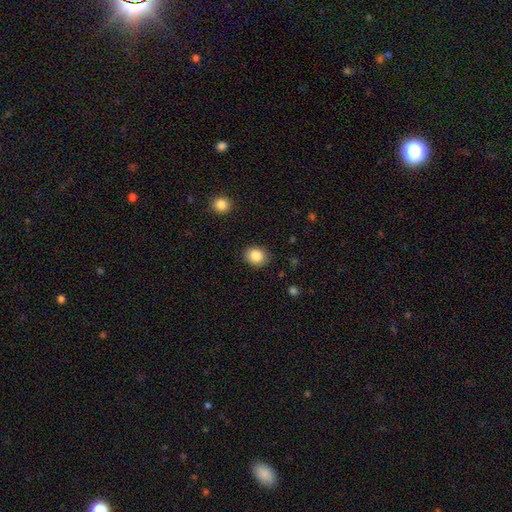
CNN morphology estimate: A smooth galaxy with no disk features (87%) that is round (63%).

Vote fractions:
- Smooth or featured? smooth: 87% / star or artifact: 9% / featured or disk: 4%
- How rounded? round: 63% / in between: 36% / cigar-shaped: 1%
- Merging? none: 88% / minor disturbance: 9% / major disturbance: 3% / merger: 1%